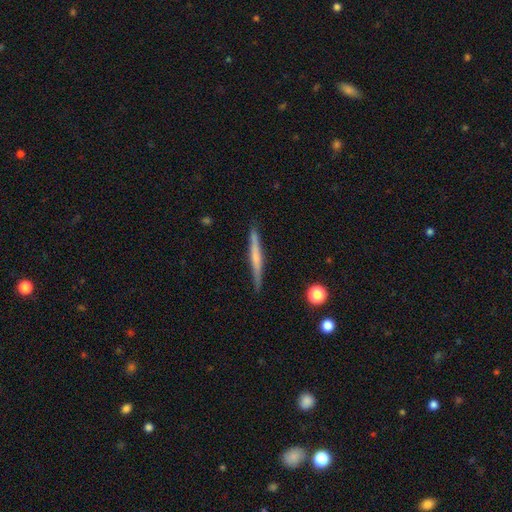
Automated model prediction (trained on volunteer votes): A featured or disk galaxy (56%) viewed edge-on (97%) with no central bulge (48%). Merging: none (88%).